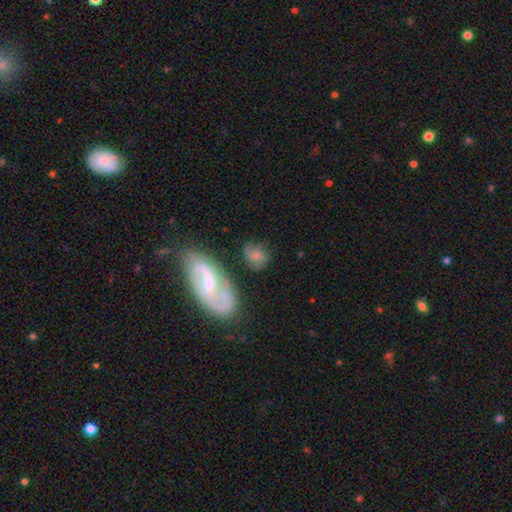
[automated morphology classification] This is possibly a featured or disk galaxy (50%). Merging: possibly none (54%).